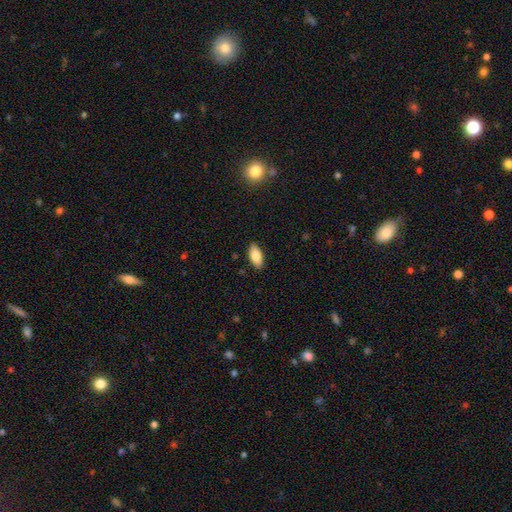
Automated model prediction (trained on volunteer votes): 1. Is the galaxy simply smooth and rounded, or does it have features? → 83% smooth, 10% featured or disk, 7% star or artifact.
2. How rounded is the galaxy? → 89% in between, 8% cigar-shaped, 2% round.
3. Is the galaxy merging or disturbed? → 88% none, 9% minor disturbance, 2% major disturbance, 1% merger.